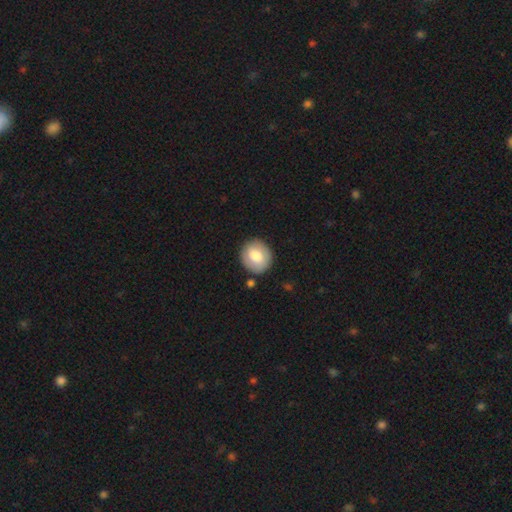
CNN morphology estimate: type=smooth (75%); roundness=round (84%); merging=none (85%).